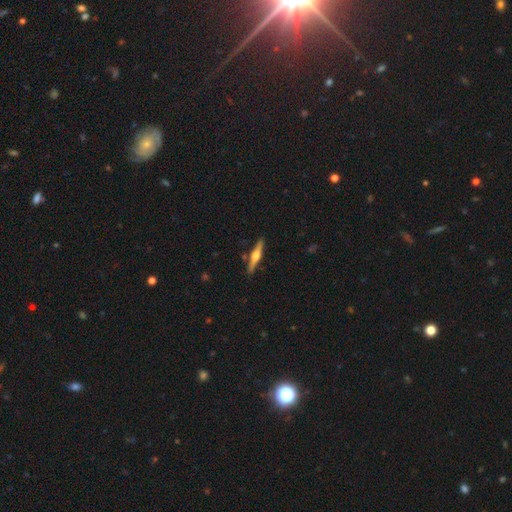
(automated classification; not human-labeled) smooth_or_featured: featured or disk (p=0.70) [alt: smooth p=0.24]
disk_edge_on: yes (p=0.98) [alt: no p=0.02]
edge_on_bulge: rounded (p=0.91) [alt: boxy p=0.06]
merging: none (p=0.88) [alt: minor disturbance p=0.08]